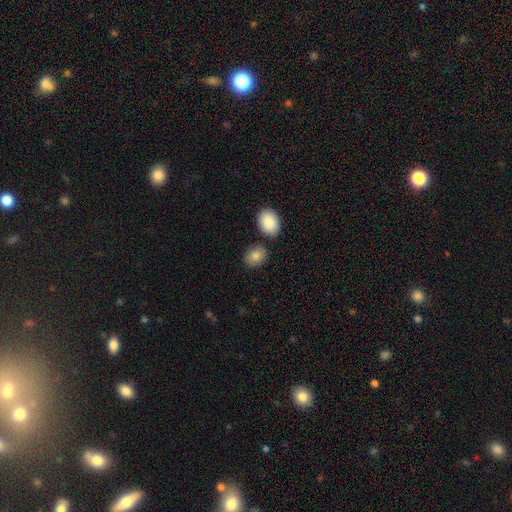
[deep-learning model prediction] smooth 84%, star or artifact 8%, featured or disk 8%. Down the decision tree: how rounded — in between (62%); merging — none (76%).